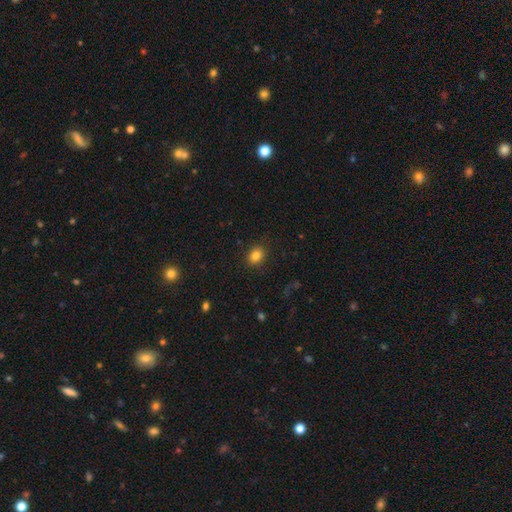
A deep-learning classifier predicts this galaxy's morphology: This is clearly a smooth galaxy (83%). How rounded: possibly round (50%). Merging: clearly none (88%).